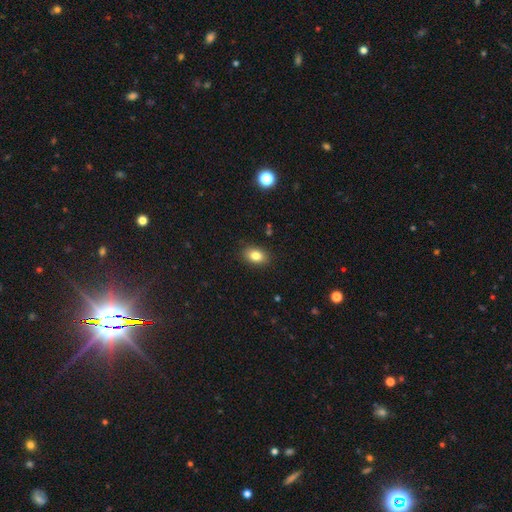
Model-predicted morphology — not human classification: type=smooth (83%); roundness=in between (82%); merging=none (88%).